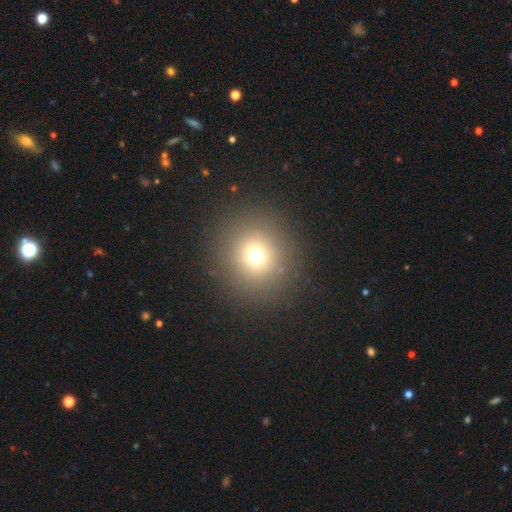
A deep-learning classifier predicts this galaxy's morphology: Overall: smooth (69%). How rounded: round (92%). Merging: none (88%).